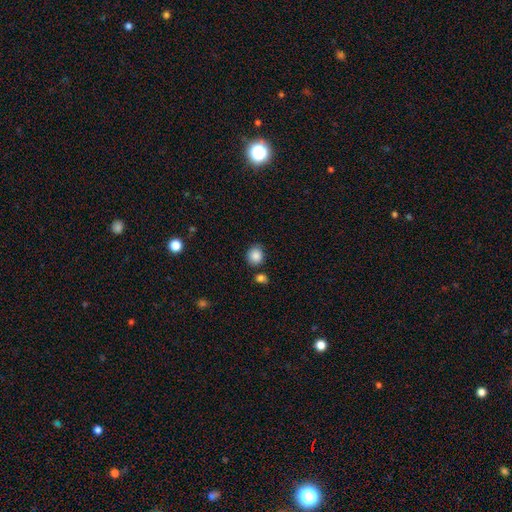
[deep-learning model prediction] Smooth or featured?
  - smooth: 87% *
  - star or artifact: 9%
  - featured or disk: 4%
How rounded?
  - round: 80% *
  - in between: 19%
  - cigar-shaped: 1%
Merging?
  - none: 78% *
  - minor disturbance: 13%
  - merger: 6%
  - major disturbance: 3%